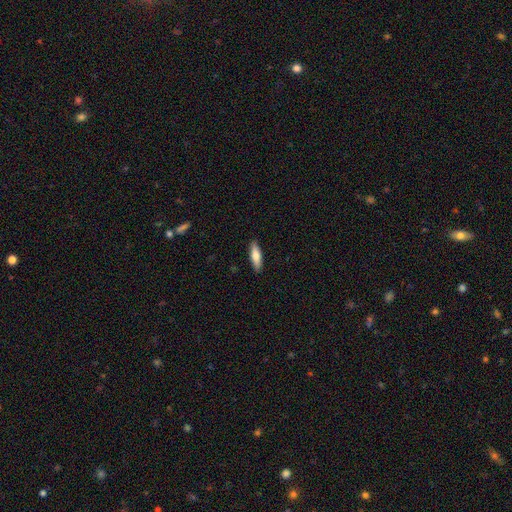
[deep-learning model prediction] Smooth or featured?
  - smooth: 75% *
  - featured or disk: 20%
  - star or artifact: 5%
How rounded?
  - cigar-shaped: 58% *
  - in between: 40%
  - round: 2%
Merging?
  - none: 89% *
  - minor disturbance: 8%
  - major disturbance: 2%
  - merger: 1%